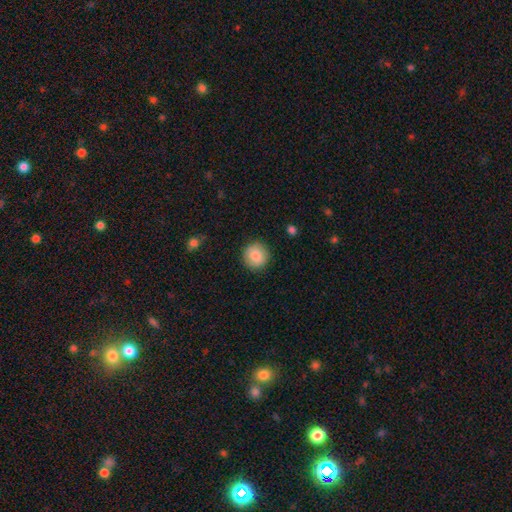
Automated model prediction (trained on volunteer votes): A smooth galaxy with no disk features (86%) that is round (92%). Merging: none (89%).